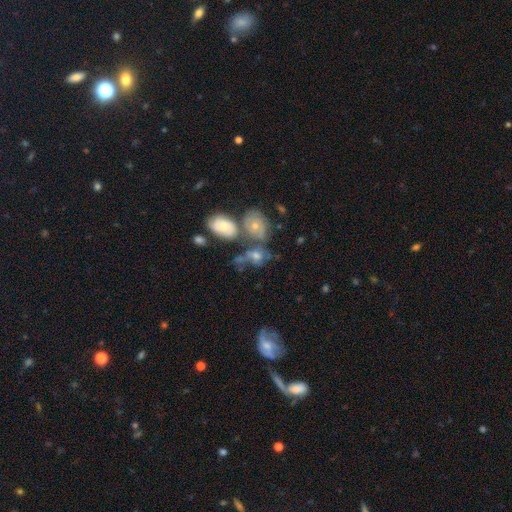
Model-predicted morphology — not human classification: Smooth or featured: featured or disk — 42% (smooth — 41%)
Merging: none — 37% (merger — 35%)